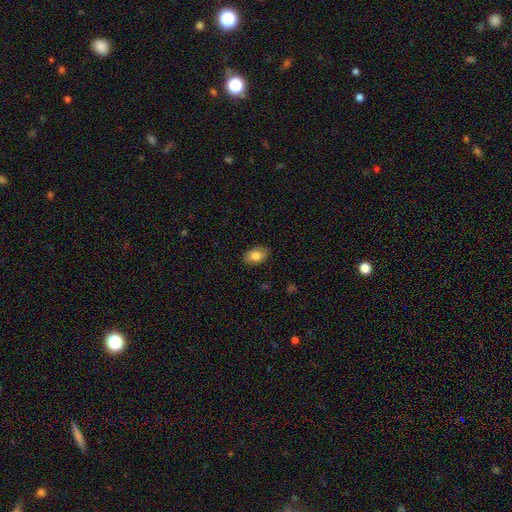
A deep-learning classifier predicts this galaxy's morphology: This is clearly a smooth galaxy (84%). How rounded: clearly in between (84%). Merging: clearly none (88%).